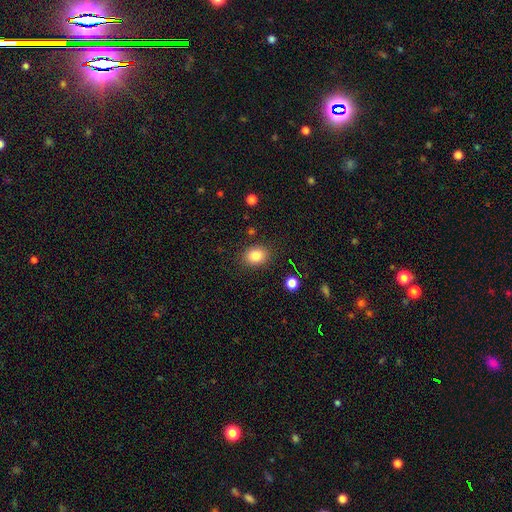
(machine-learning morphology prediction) smooth-or-featured: smooth: 83% | star or artifact: 10% | featured or disk: 6%
  how-rounded: in between: 57% | round: 42% | cigar-shaped: 1%
  merging: none: 86% | minor disturbance: 9% | major disturbance: 3% | merger: 2%